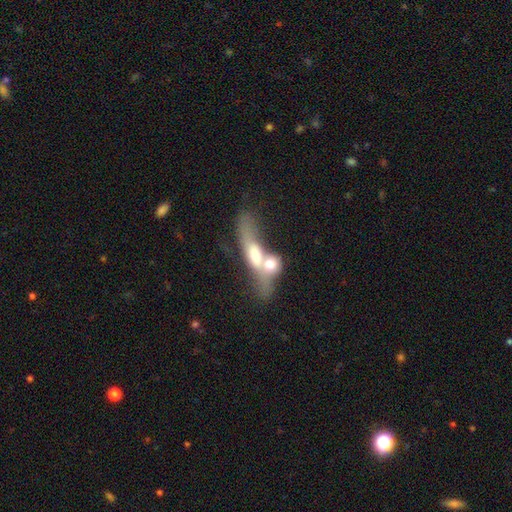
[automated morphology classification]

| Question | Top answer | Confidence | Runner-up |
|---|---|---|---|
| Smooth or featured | smooth | 48% | featured or disk (44%) |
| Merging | merger | 73% | none (11%) |